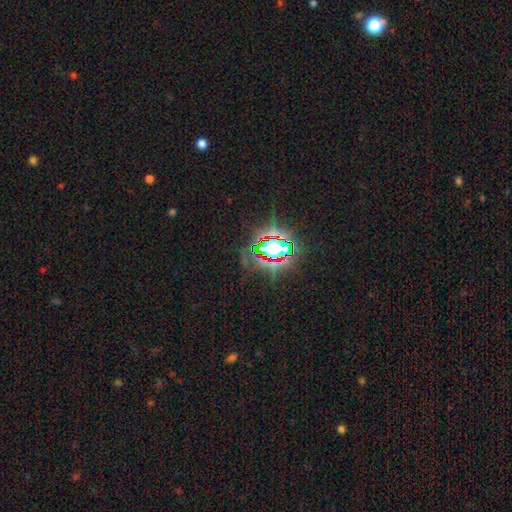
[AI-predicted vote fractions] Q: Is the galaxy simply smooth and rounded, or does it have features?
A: star or artifact — 83%.